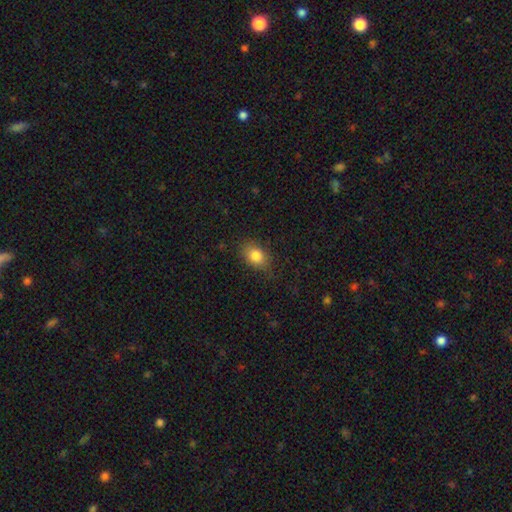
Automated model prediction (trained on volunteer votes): Smooth or featured? Predicted: smooth (p=0.82). How rounded? Predicted: in between (p=0.78). Merging? Predicted: none (p=0.78).